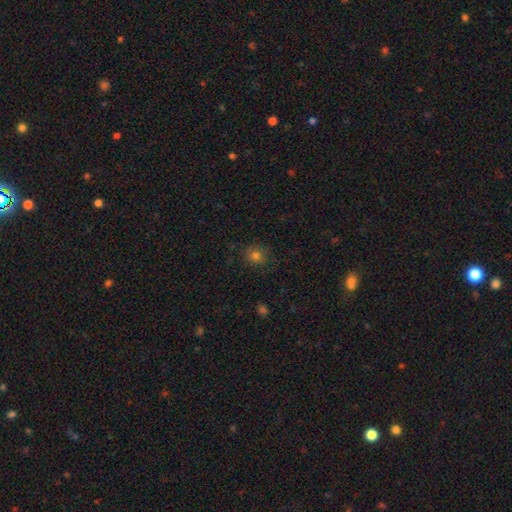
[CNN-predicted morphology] smooth_or_featured: smooth (p=0.78) [alt: star or artifact p=0.17]
how_rounded: round (p=0.80) [alt: in between p=0.19]
merging: none (p=0.86) [alt: minor disturbance p=0.10]